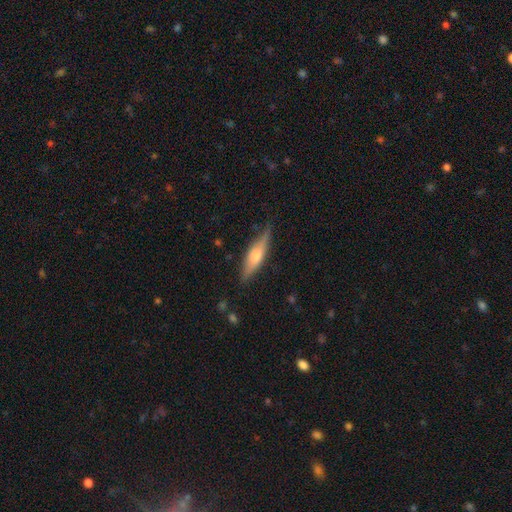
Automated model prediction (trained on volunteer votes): A featured or disk galaxy (54%) viewed edge-on (92%). Merging: none (80%).